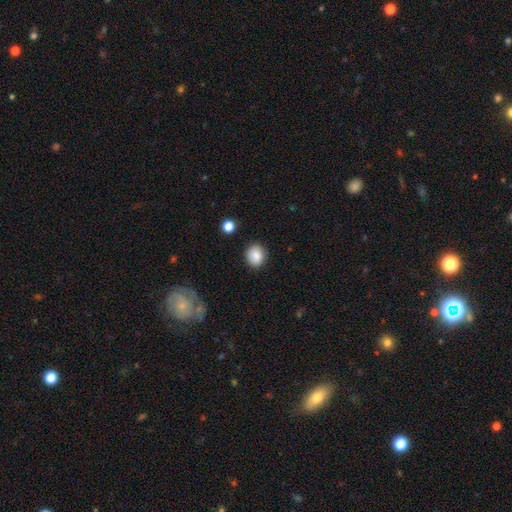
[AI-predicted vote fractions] Smooth or featured: smooth — 86% (star or artifact — 8%)
How rounded: round — 66% (in between — 33%)
Merging: none — 86% (minor disturbance — 10%)